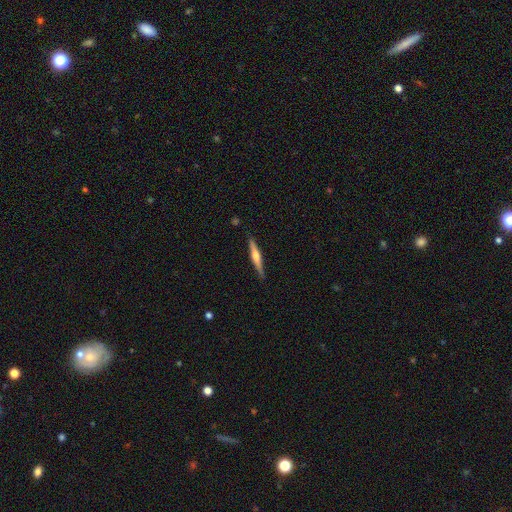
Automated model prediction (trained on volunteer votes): Smooth or featured: featured or disk — 62% (smooth — 32%)
Edge-on disk: yes — 97% (no — 3%)
Edge-on bulge: rounded — 84% (boxy — 9%)
Merging: none — 87% (minor disturbance — 10%)